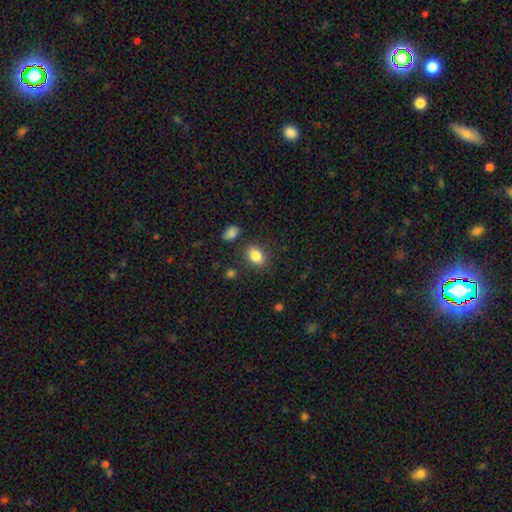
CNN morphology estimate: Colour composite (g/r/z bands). It shows a smooth galaxy with no disk features (84%) that is in between round and cigar-shaped (82%). Merging: none (81%).